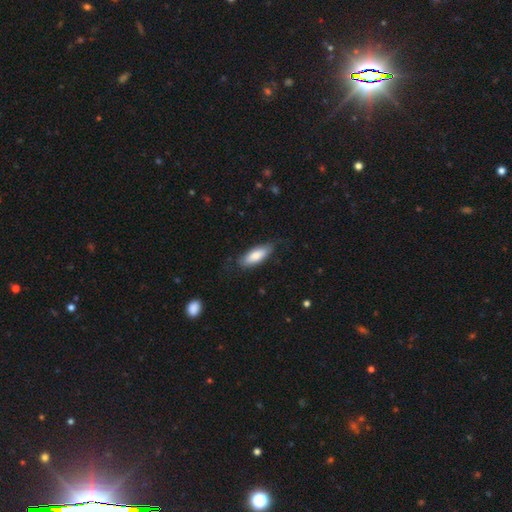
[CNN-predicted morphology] Q: Smooth or featured?
A: smooth (79%); runner-up: featured or disk (16%)
Q: How rounded?
A: in between (70%); runner-up: cigar-shaped (29%)
Q: Merging?
A: none (75%); runner-up: minor disturbance (19%)